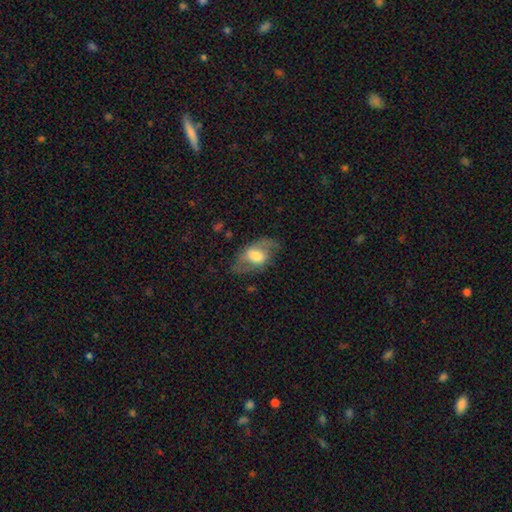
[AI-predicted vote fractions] smooth-or-featured: featured or disk: 51% | smooth: 42% | star or artifact: 7%
  disk-edge-on: no: 90% | yes: 10%
  merging: none: 66% | minor disturbance: 19% | major disturbance: 13% | merger: 1%